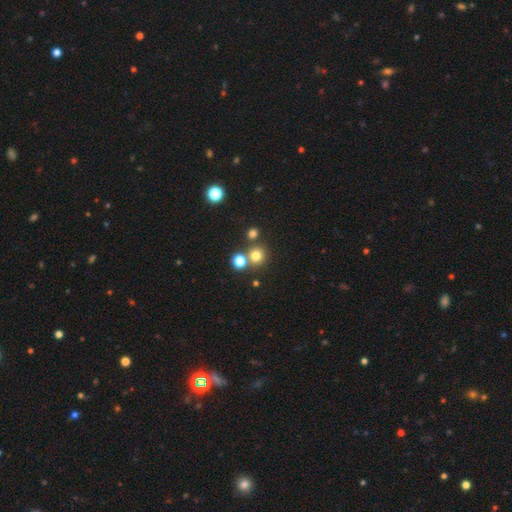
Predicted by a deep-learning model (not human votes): Overall: smooth (75%). How rounded: round (92%). Merging: none (72%).